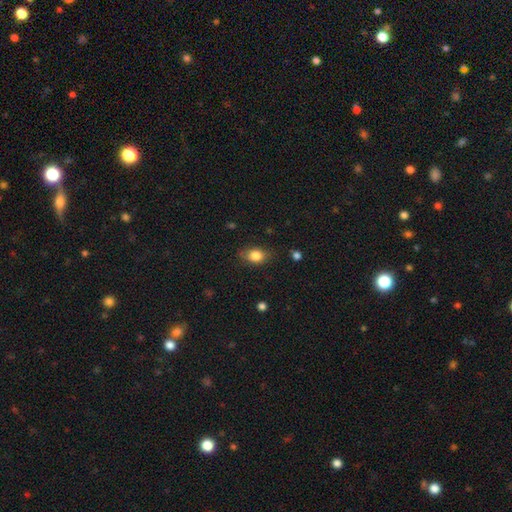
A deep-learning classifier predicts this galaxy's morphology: Smooth or featured: smooth — 84% (star or artifact — 9%)
How rounded: in between — 73% (round — 25%)
Merging: none — 77% (minor disturbance — 18%)